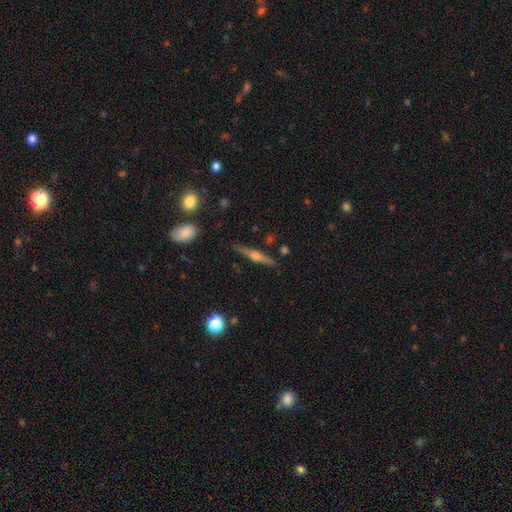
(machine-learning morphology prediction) The model was most divided on "smooth or featured": featured or disk: 75%, smooth: 19%, star or artifact: 7%. More confident: edge-on disk — yes (97%); edge-on bulge — rounded (92%); merging — none (88%).